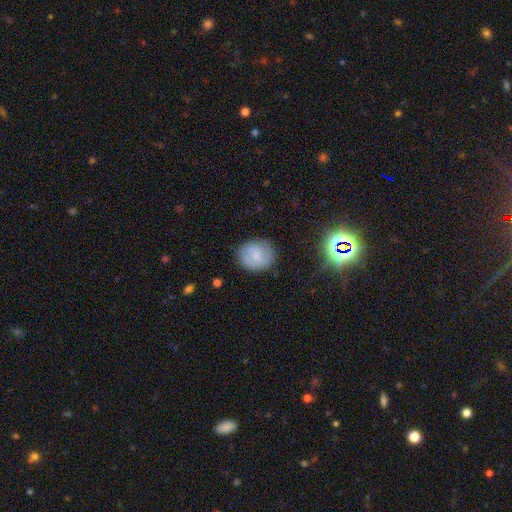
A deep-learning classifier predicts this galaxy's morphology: Smooth or featured? Predicted: smooth (p=0.66). How rounded? Predicted: round (p=0.72). Merging? Predicted: none (p=0.82).